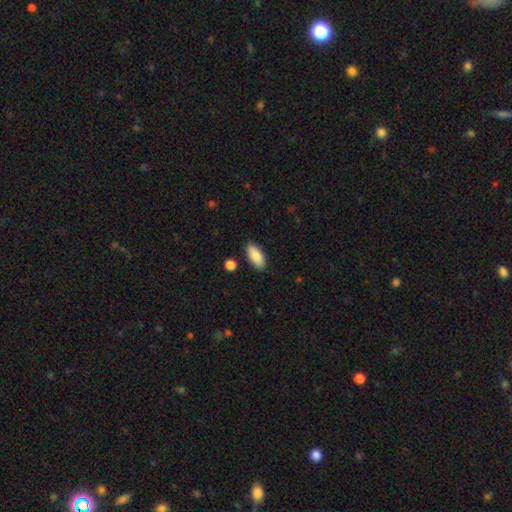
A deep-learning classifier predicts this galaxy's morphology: The model was most divided on "merging": none: 86%, minor disturbance: 9%, merger: 2%, major disturbance: 2%. More confident: how rounded — in between (90%); smooth or featured — smooth (87%).